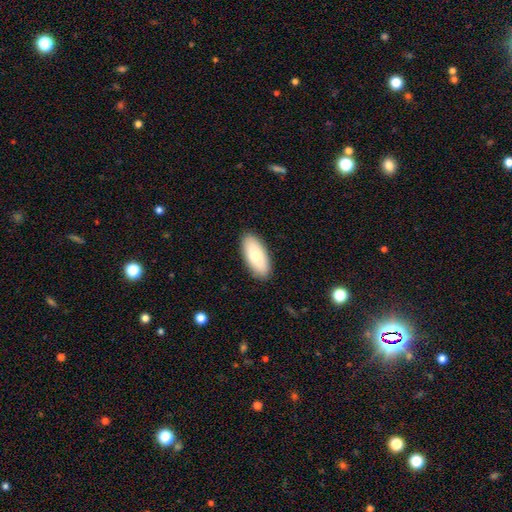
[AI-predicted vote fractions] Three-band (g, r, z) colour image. It shows a smooth galaxy with no disk features (77%) that is in between round and cigar-shaped (90%). Merging: none (89%).